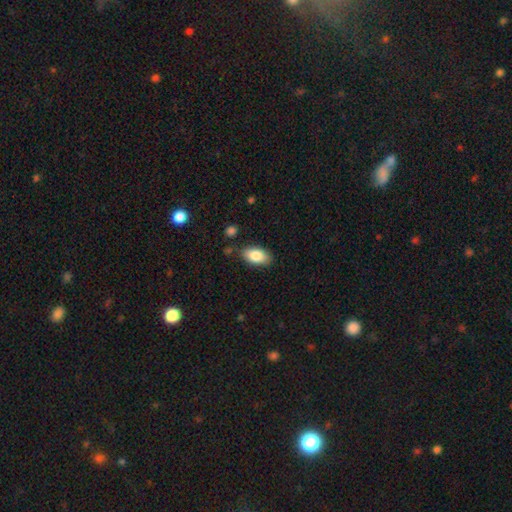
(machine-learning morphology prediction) This is clearly a smooth galaxy (84%). How rounded: clearly in between (92%). Merging: clearly none (82%).